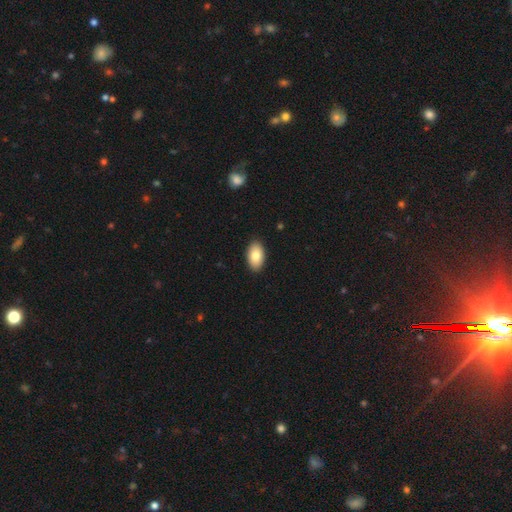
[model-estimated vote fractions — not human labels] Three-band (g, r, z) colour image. It shows a smooth galaxy with no disk features (83%) that is in between round and cigar-shaped (95%). Merging: none (90%).